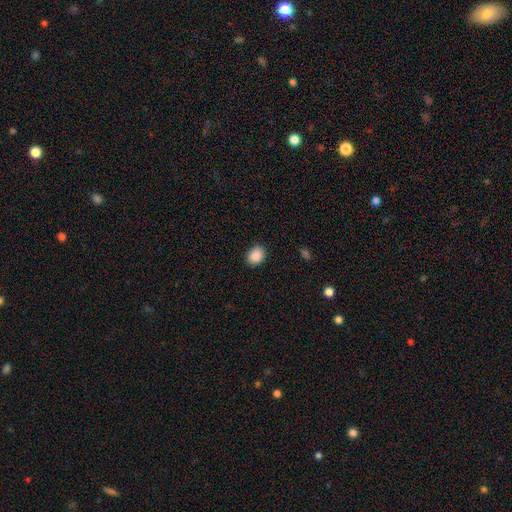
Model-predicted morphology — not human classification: type=smooth (89%); roundness=in between (53%); merging=none (88%).